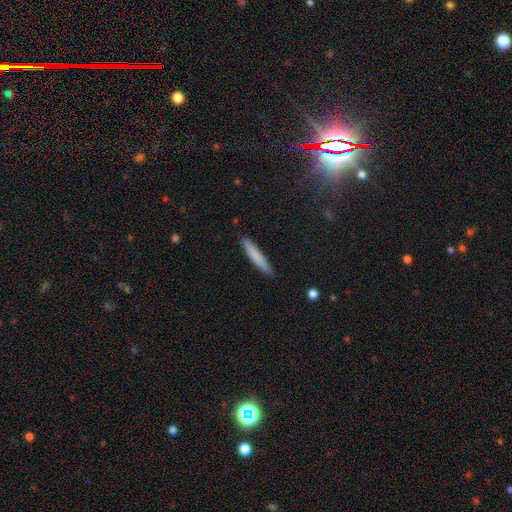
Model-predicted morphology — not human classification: The model was most divided on "smooth or featured": smooth: 77%, featured or disk: 17%, star or artifact: 6%. More confident: how rounded — cigar-shaped (93%); merging — none (89%).